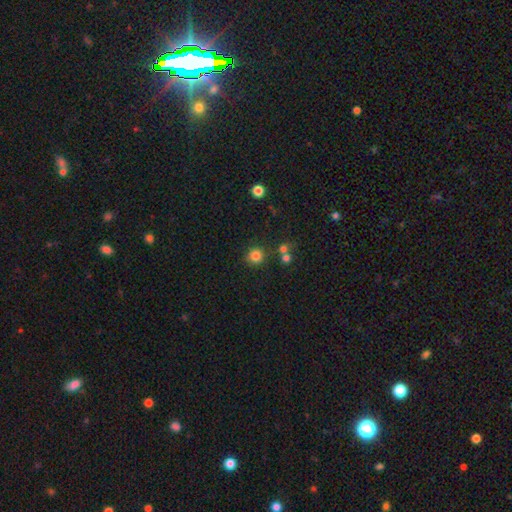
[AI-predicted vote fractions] smooth 81%, star or artifact 14%, featured or disk 5%. Down the decision tree: how rounded — round (91%); merging — none (81%).